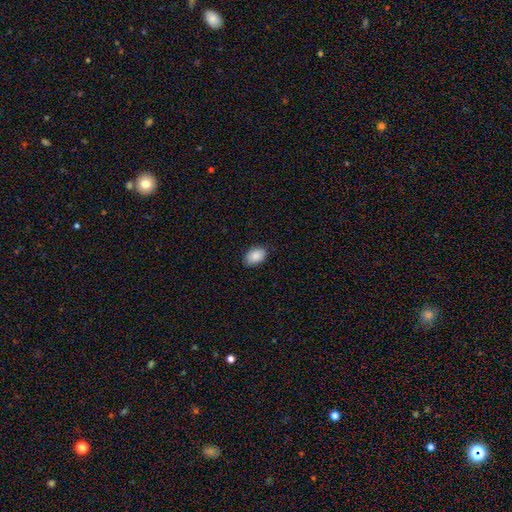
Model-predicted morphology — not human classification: smooth-or-featured: smooth: 89% | star or artifact: 7% | featured or disk: 5%
  how-rounded: in between: 91% | round: 8% | cigar-shaped: 1%
  merging: none: 85% | minor disturbance: 12% | major disturbance: 2% | merger: 1%